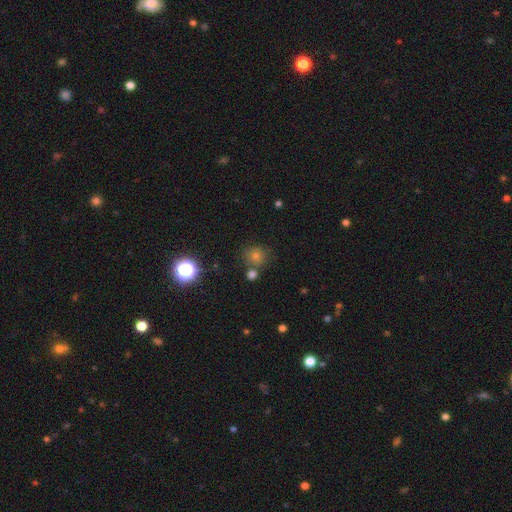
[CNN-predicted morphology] Q: Smooth or featured?
A: smooth (62%); runner-up: star or artifact (29%)
Q: How rounded?
A: round (88%); runner-up: in between (11%)
Q: Merging?
A: none (73%); runner-up: merger (13%)